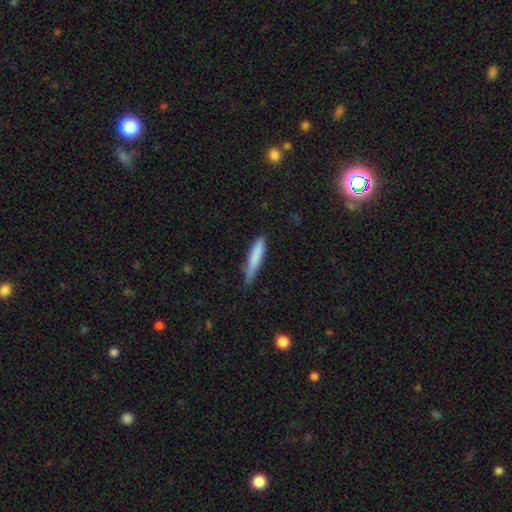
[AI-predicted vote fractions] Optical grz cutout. It shows a smooth galaxy with no disk features (80%) that is cigar-shaped (87%). Merging: none (64%).